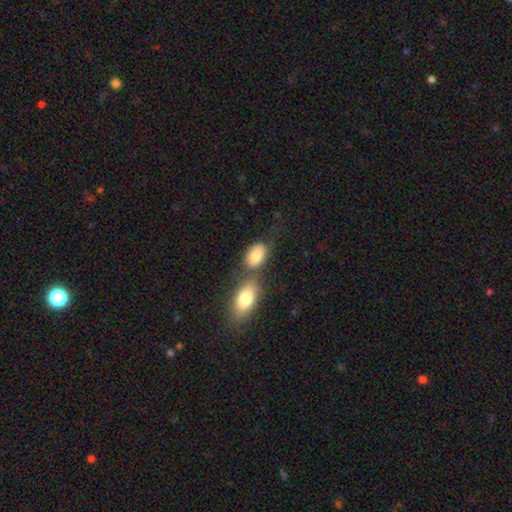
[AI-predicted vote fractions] Q: Smooth or featured?
A: smooth (81%); runner-up: featured or disk (12%)
Q: How rounded?
A: in between (87%); runner-up: round (11%)
Q: Merging?
A: none (44%); runner-up: merger (35%)